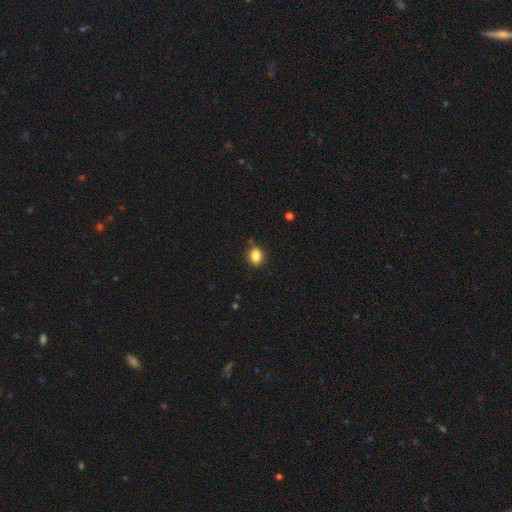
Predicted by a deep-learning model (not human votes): smooth-or-featured: smooth: 86% | star or artifact: 9% | featured or disk: 5%
  how-rounded: in between: 68% | round: 30% | cigar-shaped: 2%
  merging: none: 83% | minor disturbance: 12% | major disturbance: 3% | merger: 2%